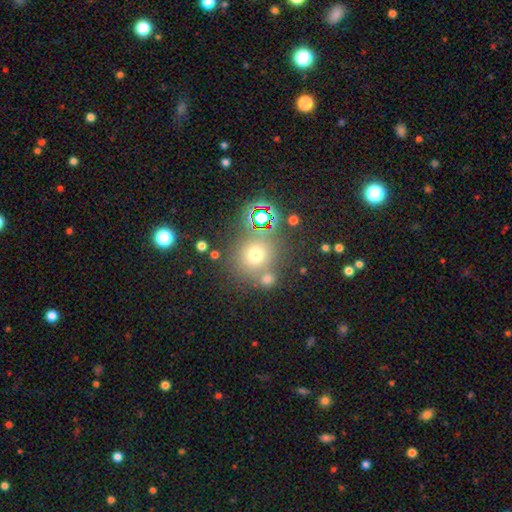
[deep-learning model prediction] A smooth galaxy with no disk features (62%) that is round (89%). Merging: none (70%).